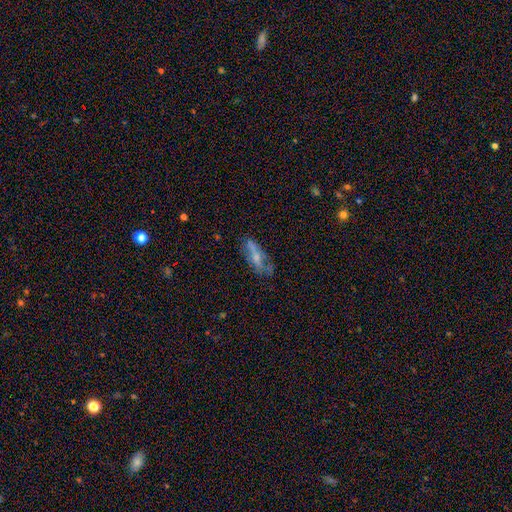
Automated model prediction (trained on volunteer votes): featured or disk 47%, smooth 43%, star or artifact 9%. Down the decision tree: merging — none (58%).